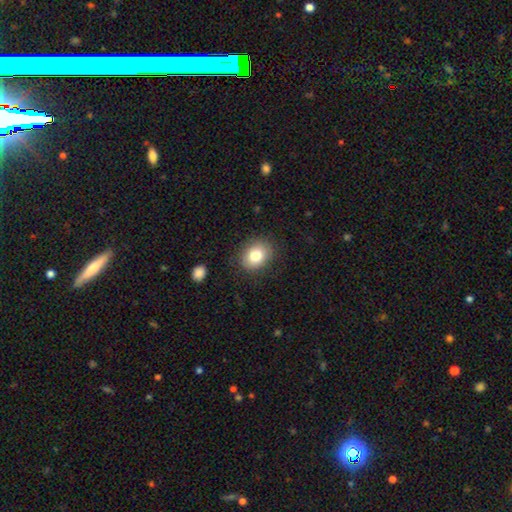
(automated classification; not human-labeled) A smooth galaxy with no disk features (80%) that is in between round and cigar-shaped (51%). Merging: none (85%).